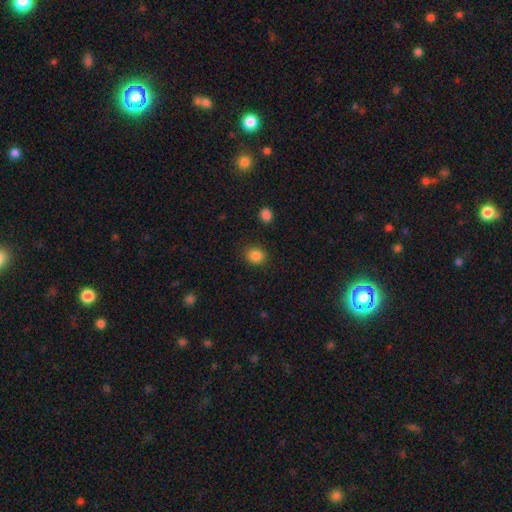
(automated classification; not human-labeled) Smooth or featured?
  - smooth: 86% *
  - star or artifact: 10%
  - featured or disk: 4%
How rounded?
  - round: 67% *
  - in between: 32%
  - cigar-shaped: 1%
Merging?
  - none: 86% *
  - minor disturbance: 10%
  - major disturbance: 3%
  - merger: 2%